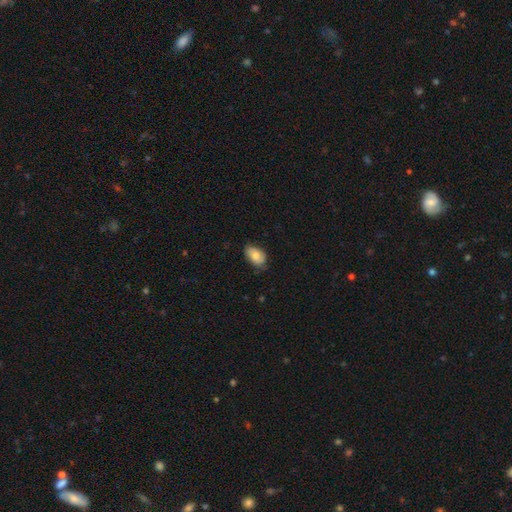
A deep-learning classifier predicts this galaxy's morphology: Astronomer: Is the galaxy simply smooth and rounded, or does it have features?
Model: smooth — 73%.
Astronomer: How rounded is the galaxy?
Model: in between — 90%.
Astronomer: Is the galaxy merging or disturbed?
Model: none — 69%.